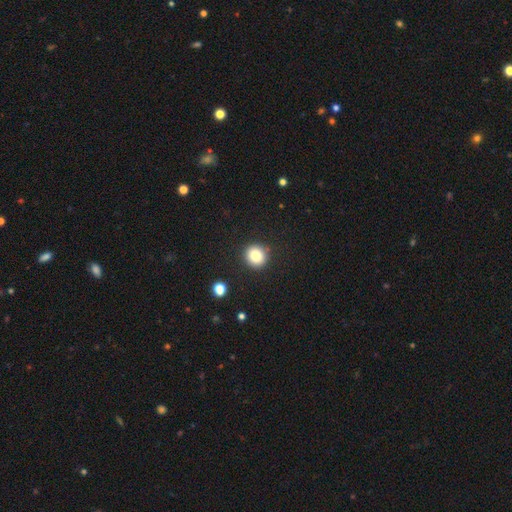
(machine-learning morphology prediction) smooth 83%, star or artifact 11%, featured or disk 7%. Down the decision tree: how rounded — round (92%); merging — none (90%).